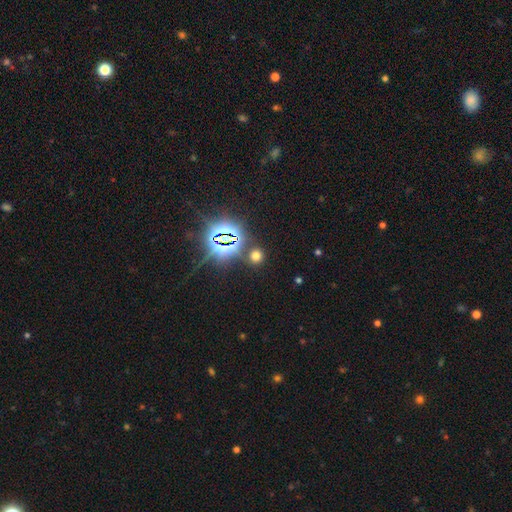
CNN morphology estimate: Smooth or featured? smooth (57%)
How rounded? round (86%)
Merging? none (83%)